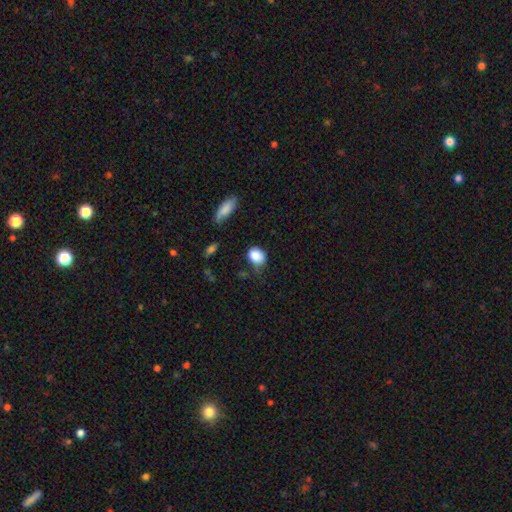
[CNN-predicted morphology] This is clearly a smooth galaxy (86%). How rounded: possibly round (50%). Merging: possibly none (52%).